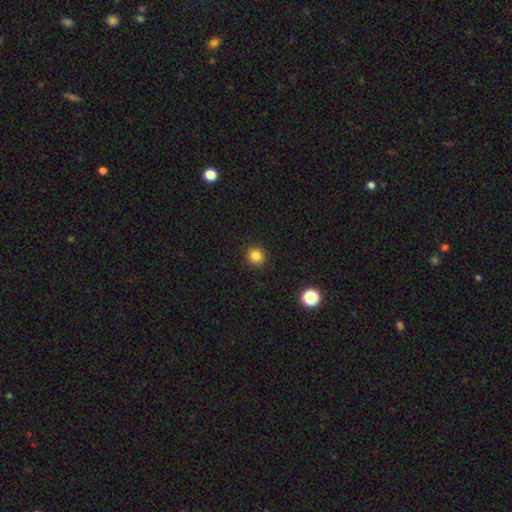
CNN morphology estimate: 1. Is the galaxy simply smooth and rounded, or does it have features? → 84% smooth, 12% star or artifact, 4% featured or disk.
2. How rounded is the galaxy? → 89% round, 10% in between, 1% cigar-shaped.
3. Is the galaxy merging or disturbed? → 91% none, 6% minor disturbance, 2% major disturbance, 1% merger.